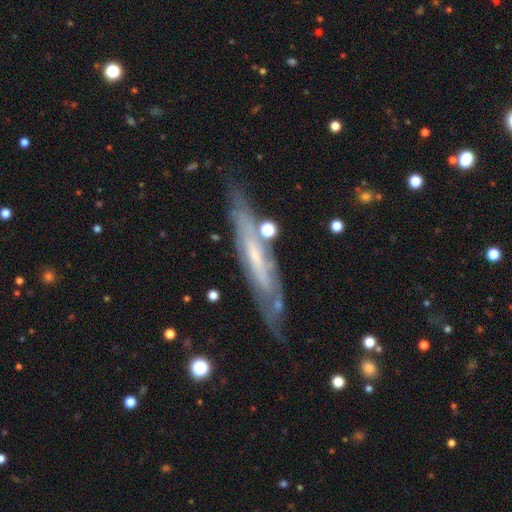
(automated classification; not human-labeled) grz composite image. It shows a featured or disk galaxy (71%) viewed edge-on (64%). Merging: none (71%).